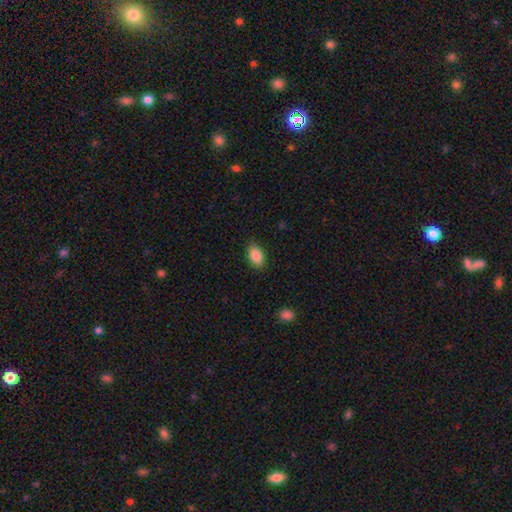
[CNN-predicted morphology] Smooth or featured? smooth (87%)
How rounded? in between (91%)
Merging? none (87%)